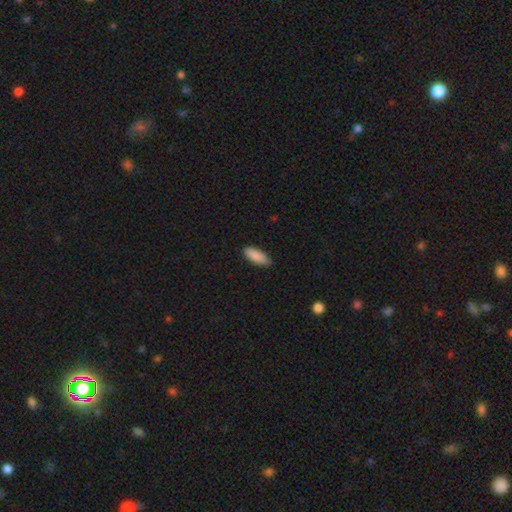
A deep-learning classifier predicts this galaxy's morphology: A smooth galaxy with no disk features (89%) that is in between round and cigar-shaped (71%).

Vote fractions:
- Smooth or featured? smooth: 89% / star or artifact: 6% / featured or disk: 5%
- How rounded? in between: 71% / cigar-shaped: 28% / round: 2%
- Merging? none: 80% / minor disturbance: 17% / major disturbance: 2% / merger: 1%